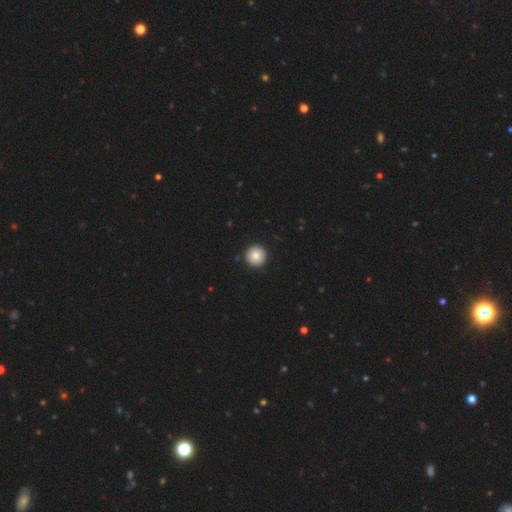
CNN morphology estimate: Overall: smooth (85%). How rounded: round (97%). Merging: none (93%).